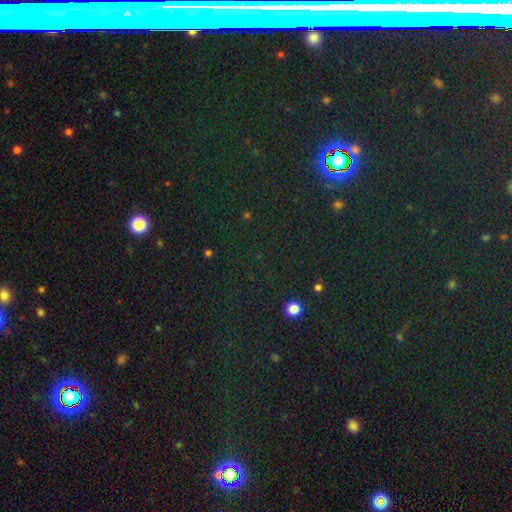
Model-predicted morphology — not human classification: A star or artifact, not a galaxy (76%).